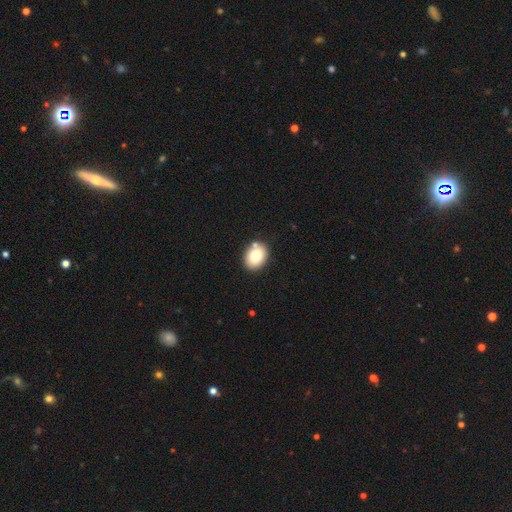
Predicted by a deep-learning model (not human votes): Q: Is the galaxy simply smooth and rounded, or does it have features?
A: smooth — 78%.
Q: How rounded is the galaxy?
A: in between — 63%.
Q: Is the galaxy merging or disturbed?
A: none — 81%.